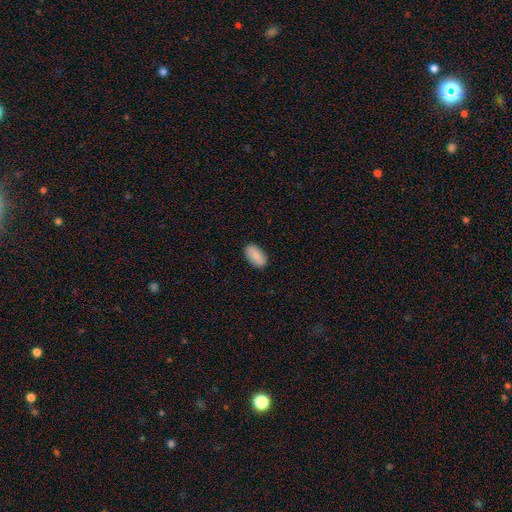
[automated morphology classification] smooth-or-featured: smooth: 82% | featured or disk: 12% | star or artifact: 7%
  how-rounded: in between: 93% | round: 4% | cigar-shaped: 3%
  merging: none: 88% | minor disturbance: 9% | major disturbance: 2% | merger: 1%